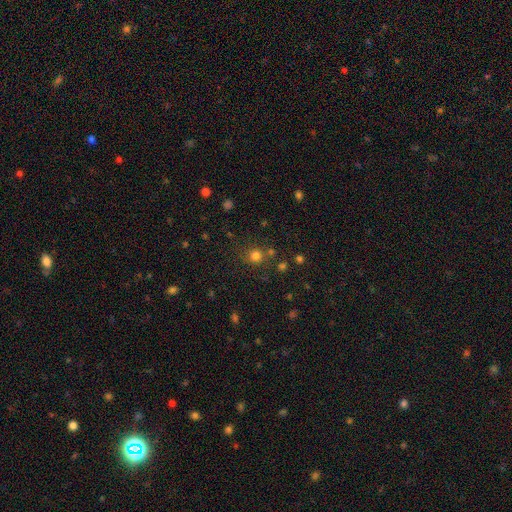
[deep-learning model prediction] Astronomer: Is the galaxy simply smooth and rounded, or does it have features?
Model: smooth — 76%.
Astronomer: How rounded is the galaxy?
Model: round — 88%.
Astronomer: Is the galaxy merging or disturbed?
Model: none — 76%.